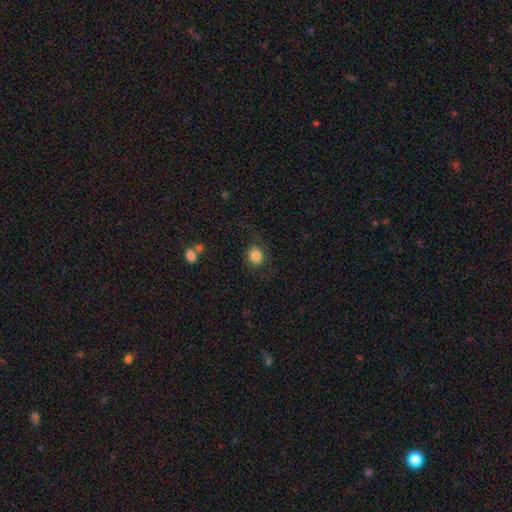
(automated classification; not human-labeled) A smooth galaxy with no disk features (82%) that is round (70%). Merging: none (76%).